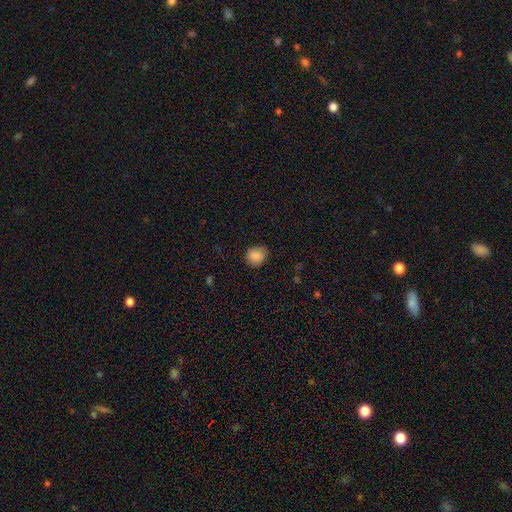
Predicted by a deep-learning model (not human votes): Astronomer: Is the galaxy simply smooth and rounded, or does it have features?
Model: smooth — 85%.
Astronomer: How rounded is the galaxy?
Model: round — 71%.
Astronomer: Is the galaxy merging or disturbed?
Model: none — 80%.